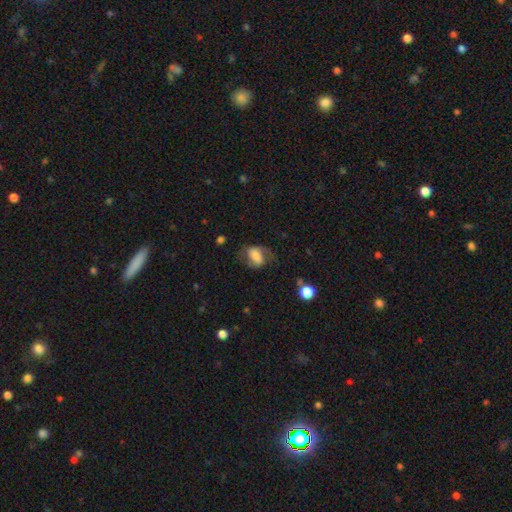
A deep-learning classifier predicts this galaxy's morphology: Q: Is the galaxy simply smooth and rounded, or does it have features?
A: smooth — 46%.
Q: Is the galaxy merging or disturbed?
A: none — 48%.